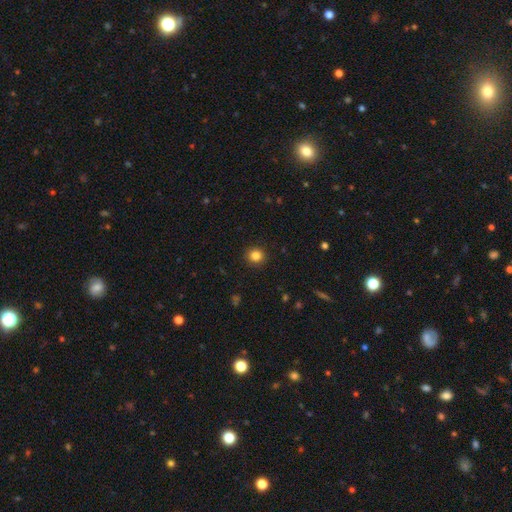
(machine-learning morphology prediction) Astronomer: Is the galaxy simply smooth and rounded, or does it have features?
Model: smooth — 84%.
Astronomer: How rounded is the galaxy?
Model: round — 92%.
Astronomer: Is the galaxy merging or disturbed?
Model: none — 92%.